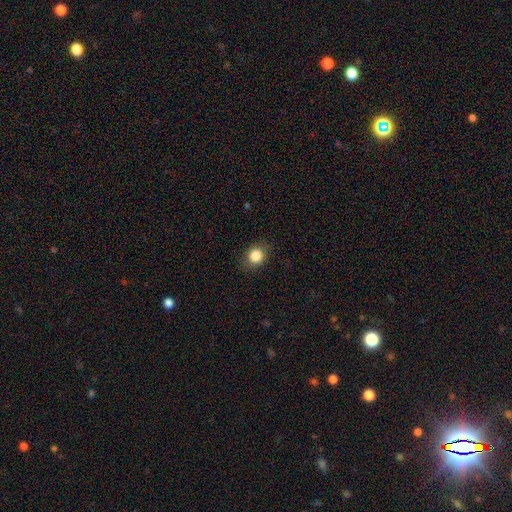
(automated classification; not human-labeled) This appears to be a smooth galaxy with no disk features (85%) that is round (71%). Merging: none (85%).